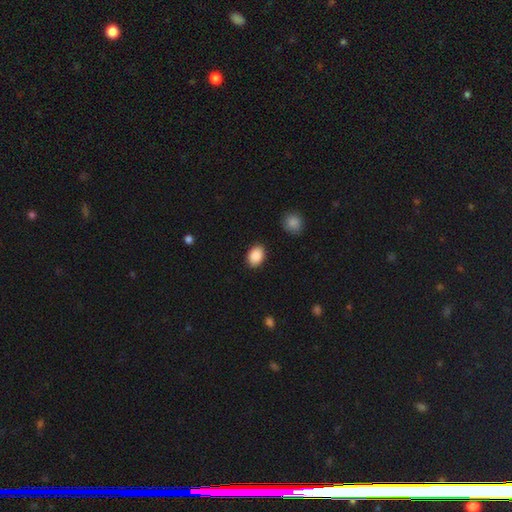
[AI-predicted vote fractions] smooth-or-featured: smooth: 89% | star or artifact: 7% | featured or disk: 4%
  how-rounded: in between: 78% | round: 21% | cigar-shaped: 1%
  merging: none: 89% | minor disturbance: 7% | major disturbance: 2% | merger: 1%